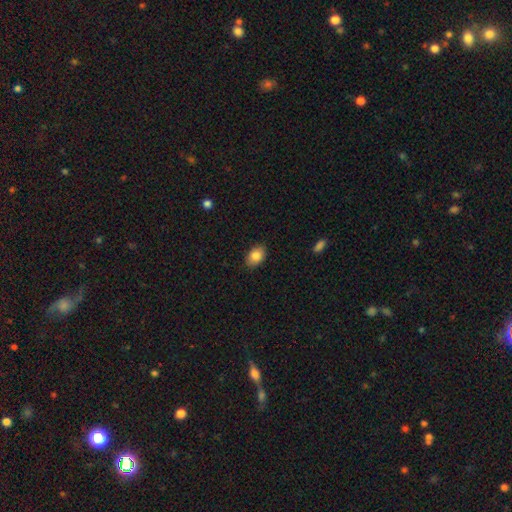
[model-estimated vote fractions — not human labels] Smooth or featured? Predicted: smooth (p=0.85). How rounded? Predicted: in between (p=0.86). Merging? Predicted: none (p=0.87).